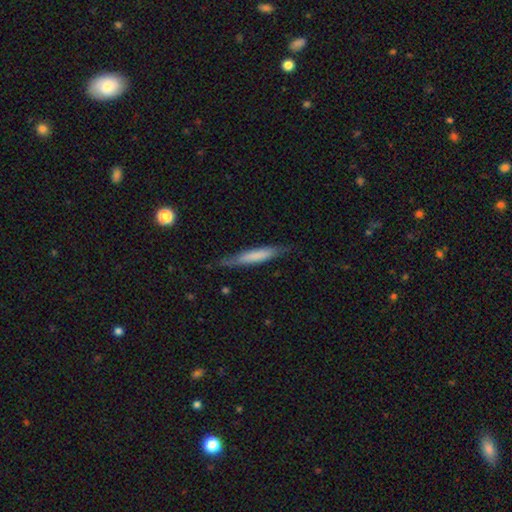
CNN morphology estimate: Smooth or featured? smooth (65%)
How rounded? cigar-shaped (91%)
Merging? none (77%)